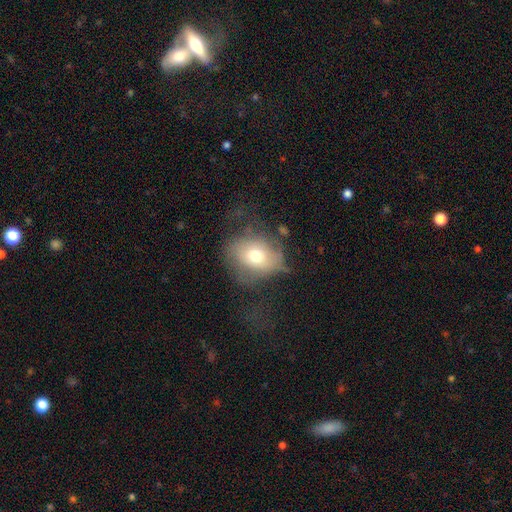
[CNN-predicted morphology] Overall: smooth (64%; featured or disk 26%). How rounded: round (50%; in between 49%). Merging: none (44%; major disturbance 28%).